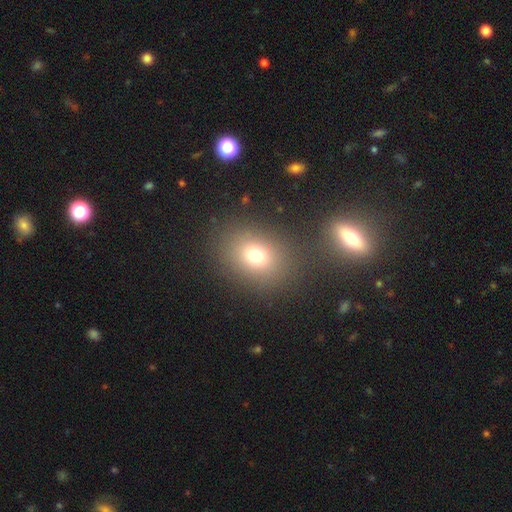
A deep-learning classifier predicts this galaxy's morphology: smooth-or-featured: smooth: 73% | star or artifact: 16% | featured or disk: 11%
  how-rounded: in between: 50% | round: 49% | cigar-shaped: 1%
  merging: none: 77% | minor disturbance: 10% | merger: 8% | major disturbance: 5%